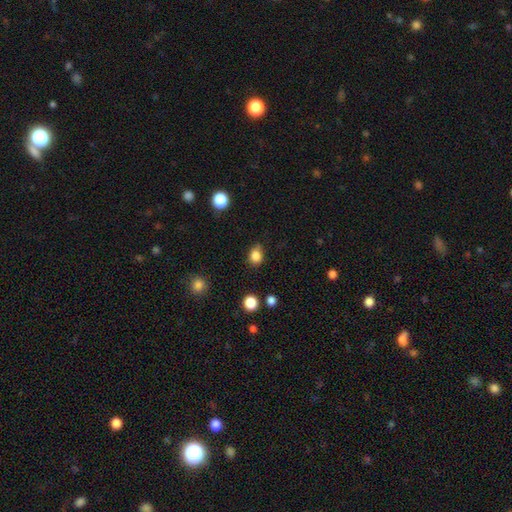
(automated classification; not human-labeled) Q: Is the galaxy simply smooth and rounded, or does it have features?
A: smooth — 84%.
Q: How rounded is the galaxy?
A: round — 58%.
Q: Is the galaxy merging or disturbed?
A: none — 74%.